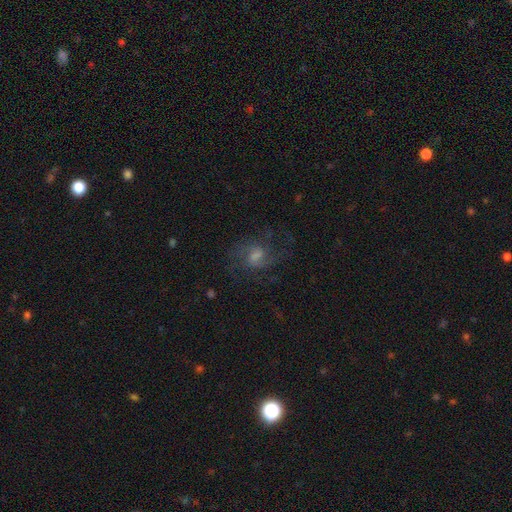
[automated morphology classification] smooth-or-featured: featured or disk: 70% | smooth: 17% | star or artifact: 14%
  disk-edge-on: no: 97% | yes: 3%
    bar: weak: 57% | no: 31% | strong: 13%
    has-spiral-arms: yes: 93% | no: 7%
      spiral-winding: medium: 53% | loose: 32% | tight: 16%
      spiral-arm-count: 2: 71% | can't tell: 13% | 3: 7% | 1: 4% | 4: 3% | more than 4: 2%
    bulge-size: moderate: 40% | small: 29% | none: 16% | large: 12% | dominant: 2%
  merging: none: 69% | minor disturbance: 16% | major disturbance: 14% | merger: 1%